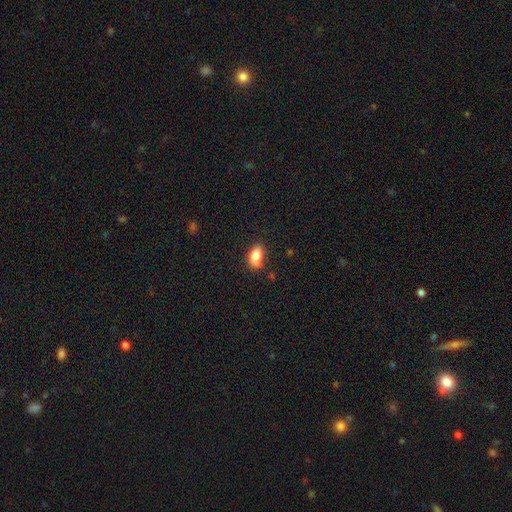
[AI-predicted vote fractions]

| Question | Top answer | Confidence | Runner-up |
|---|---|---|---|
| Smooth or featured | smooth | 84% | featured or disk (8%) |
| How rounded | in between | 89% | round (8%) |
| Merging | none | 74% | minor disturbance (20%) |